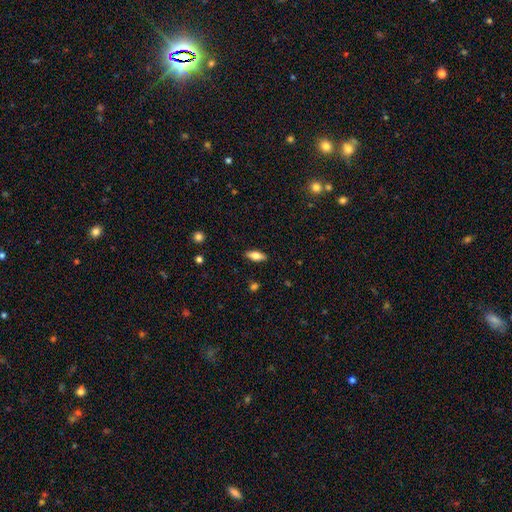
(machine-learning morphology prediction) This is likely a smooth galaxy (72%). How rounded: likely in between (79%). Merging: clearly none (88%).